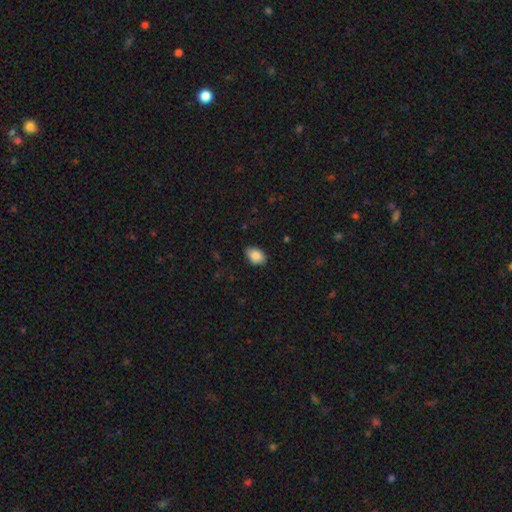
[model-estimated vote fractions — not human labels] Morphology: type=smooth (87%); roundness=in between (86%); merging=none (85%).